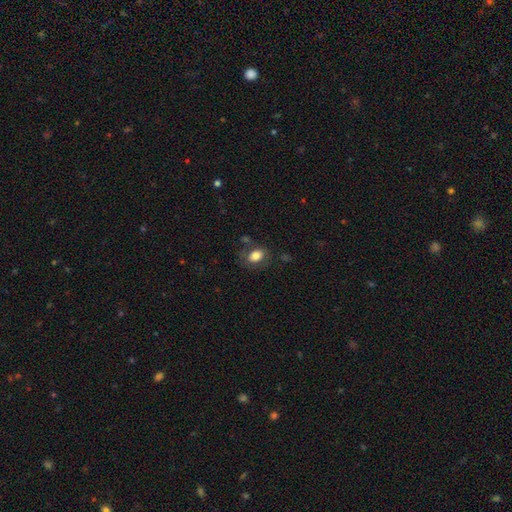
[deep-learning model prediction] A smooth galaxy with no disk features (79%) that is in between round and cigar-shaped (78%).

Vote fractions:
- Smooth or featured? smooth: 79% / featured or disk: 13% / star or artifact: 9%
- How rounded? in between: 78% / round: 20% / cigar-shaped: 1%
- Merging? none: 72% / minor disturbance: 16% / major disturbance: 7% / merger: 5%